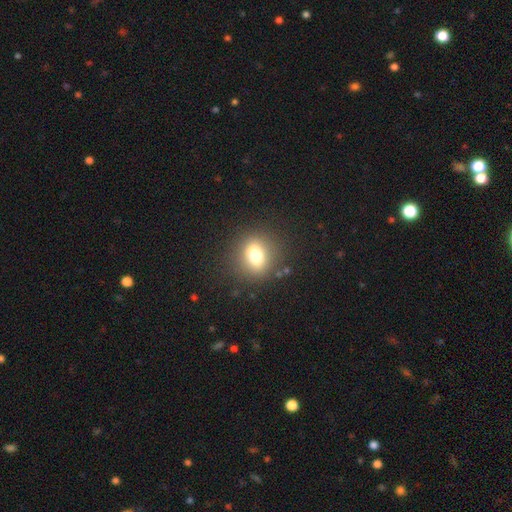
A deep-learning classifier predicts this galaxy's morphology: Smooth or featured? Predicted: smooth (p=0.72). How rounded? Predicted: round (p=0.68). Merging? Predicted: none (p=0.85).